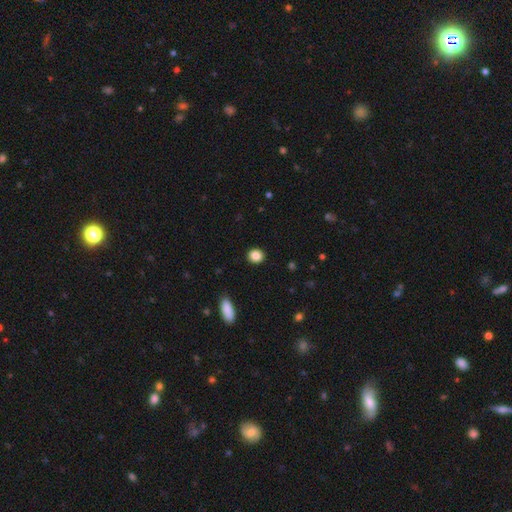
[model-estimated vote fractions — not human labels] This appears to be a smooth galaxy with no disk features (86%) that is round (75%). Merging: none (91%).